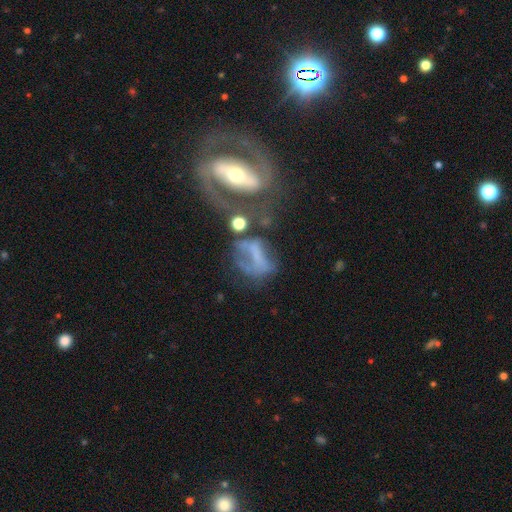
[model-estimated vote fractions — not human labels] smooth_or_featured: featured or disk (p=0.61) [alt: smooth p=0.26]
disk_edge_on: no (p=0.92) [alt: yes p=0.08]
bar: no (p=0.39) [alt: strong p=0.38]
has_spiral_arms: no (p=0.53) [alt: yes p=0.47]
bulge_size: none (p=0.38) [alt: moderate p=0.29]
merging: merger (p=0.30) [tied with: major disturbance p=0.30]